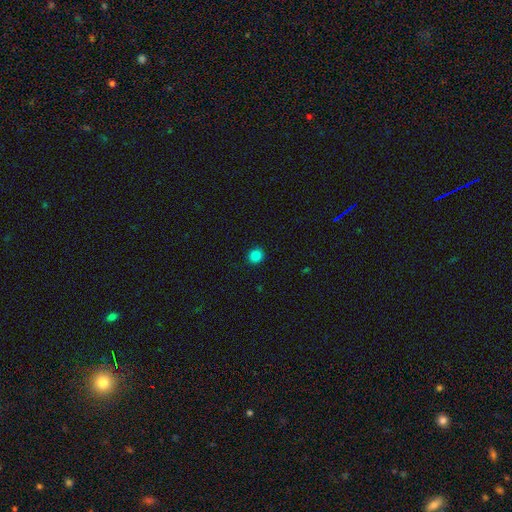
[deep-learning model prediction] Smooth or featured?
  - smooth: 85% *
  - star or artifact: 12%
  - featured or disk: 3%
How rounded?
  - round: 90% *
  - in between: 9%
  - cigar-shaped: 1%
Merging?
  - none: 92% *
  - minor disturbance: 5%
  - major disturbance: 2%
  - merger: 1%